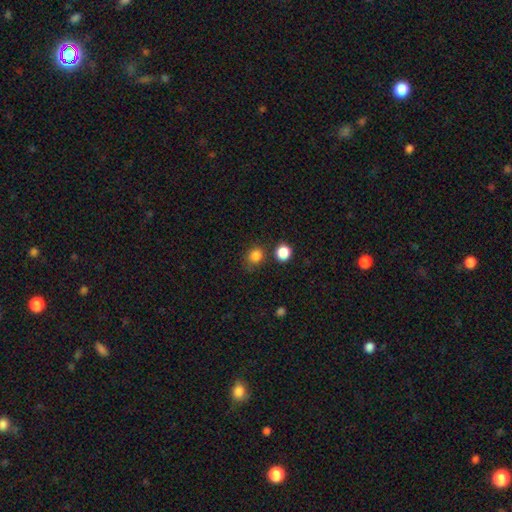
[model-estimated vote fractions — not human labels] Overall: smooth (83%). How rounded: round (75%). Merging: none (75%).